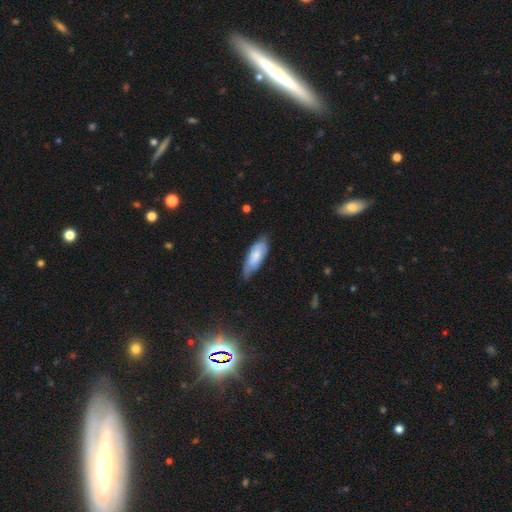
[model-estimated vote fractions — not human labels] A smooth galaxy with no disk features (67%) that is in between round and cigar-shaped (71%).

Vote fractions:
- Smooth or featured? smooth: 67% / featured or disk: 27% / star or artifact: 6%
- How rounded? in between: 71% / cigar-shaped: 28% / round: 2%
- Merging? none: 61% / minor disturbance: 32% / major disturbance: 6% / merger: 1%